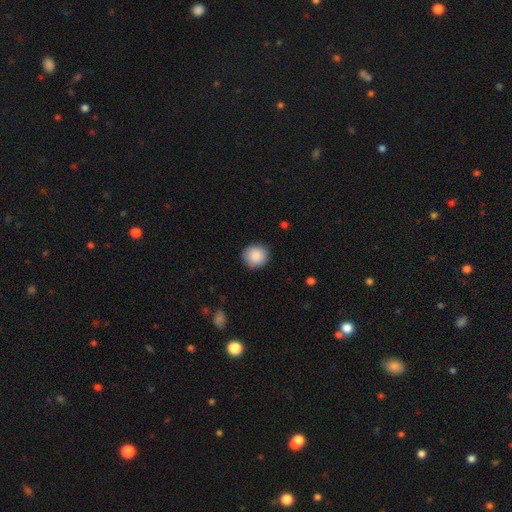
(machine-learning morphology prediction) Smooth or featured: smooth — 88% (star or artifact — 7%)
How rounded: round — 91% (in between — 8%)
Merging: none — 88% (minor disturbance — 9%)